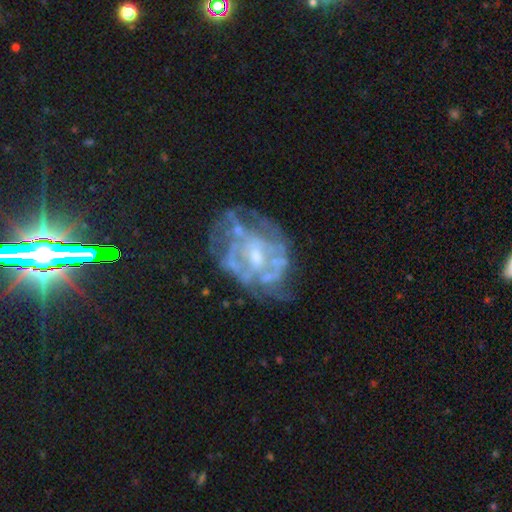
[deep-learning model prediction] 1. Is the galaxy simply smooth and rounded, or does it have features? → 80% featured or disk, 11% smooth, 9% star or artifact.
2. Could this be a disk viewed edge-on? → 98% no, 2% yes.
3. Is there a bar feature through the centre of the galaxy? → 65% no, 29% weak, 6% strong.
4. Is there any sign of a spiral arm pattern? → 50% no (tied), 50% yes (tied).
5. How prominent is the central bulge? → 46% small, 44% moderate, 6% none, 3% large, 1% dominant.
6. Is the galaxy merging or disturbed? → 47% none, 24% major disturbance, 24% minor disturbance, 5% merger.